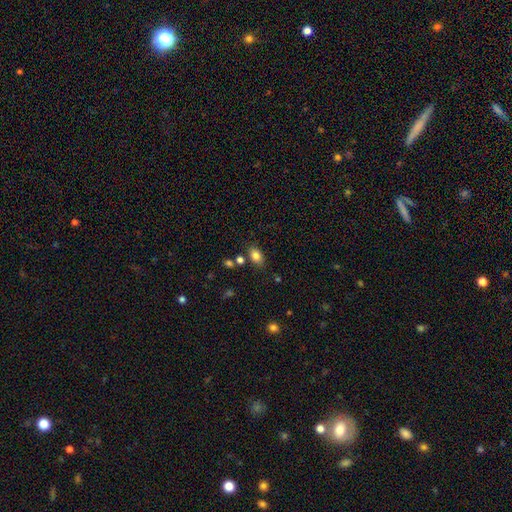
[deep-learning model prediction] The model was most divided on "merging": none: 77%, minor disturbance: 13%, merger: 7%, major disturbance: 4%. More confident: how rounded — in between (84%); smooth or featured — smooth (82%).